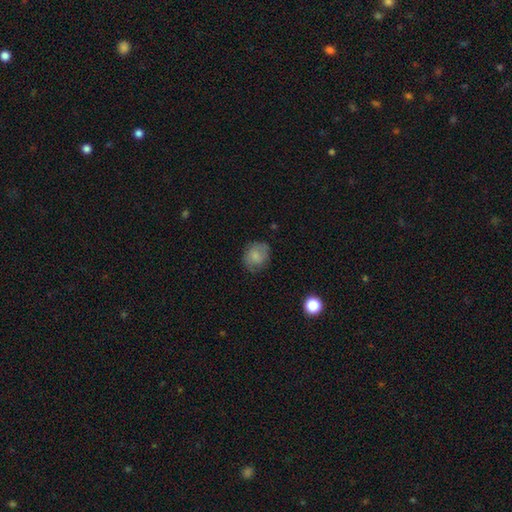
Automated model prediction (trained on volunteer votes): Morphology: type=smooth (76%); roundness=round (69%); merging=none (70%).